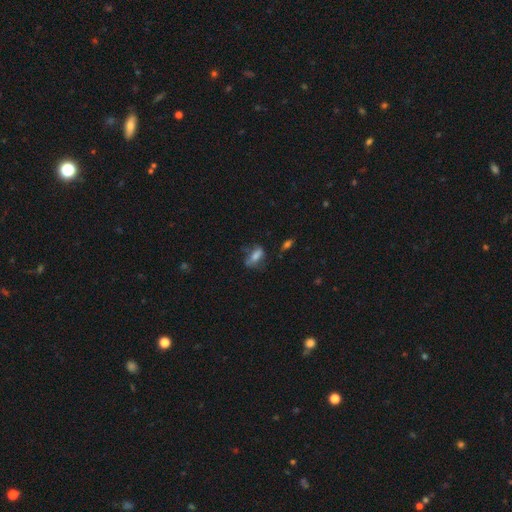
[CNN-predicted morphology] smooth 64%, featured or disk 24%, star or artifact 11%. Down the decision tree: how rounded — in between (77%); merging — none (52%).